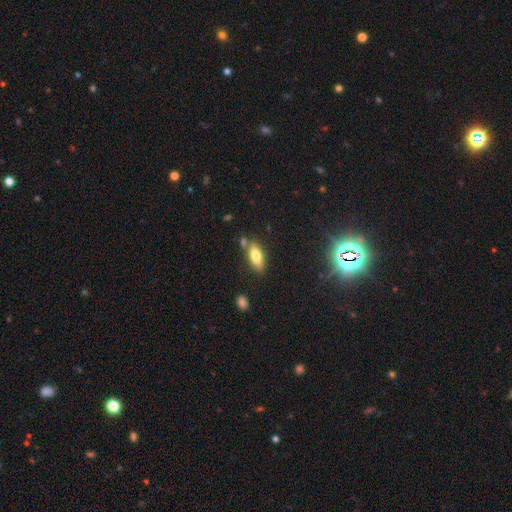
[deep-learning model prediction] Q: Smooth or featured?
A: smooth (76%); runner-up: featured or disk (16%)
Q: How rounded?
A: in between (76%); runner-up: cigar-shaped (22%)
Q: Merging?
A: none (71%); runner-up: minor disturbance (15%)